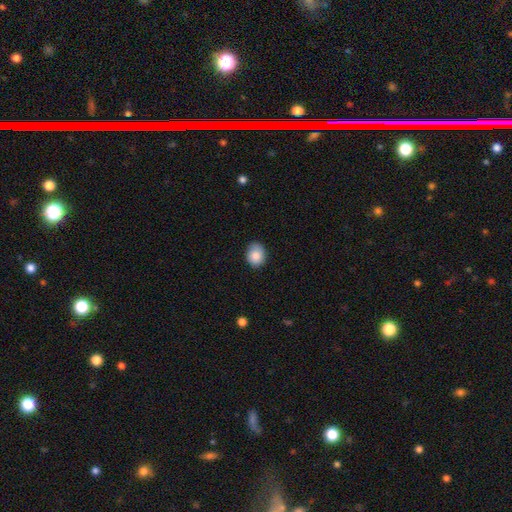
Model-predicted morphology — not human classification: This is clearly a smooth galaxy (86%). How rounded: possibly in between (50%). Merging: likely none (77%).